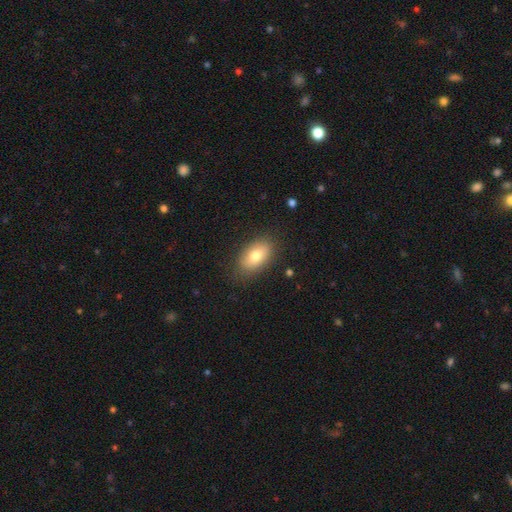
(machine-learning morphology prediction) This is likely a smooth galaxy (75%). How rounded: clearly in between (90%). Merging: clearly none (84%).